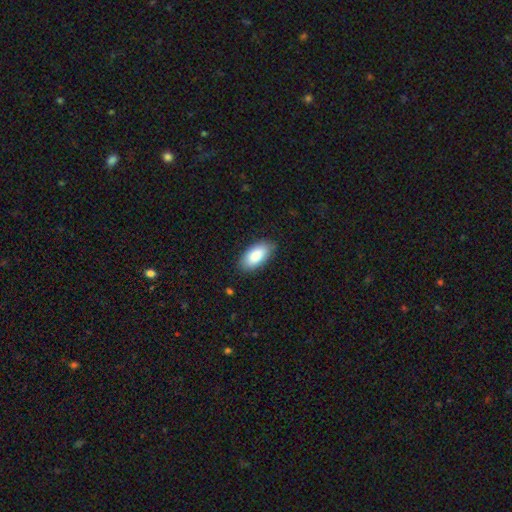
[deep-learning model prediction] A smooth galaxy with no disk features (86%) that is in between round and cigar-shaped (94%).

Vote fractions:
- Smooth or featured? smooth: 86% / featured or disk: 8% / star or artifact: 6%
- How rounded? in between: 94% / cigar-shaped: 4% / round: 2%
- Merging? none: 84% / minor disturbance: 13% / major disturbance: 2% / merger: 1%